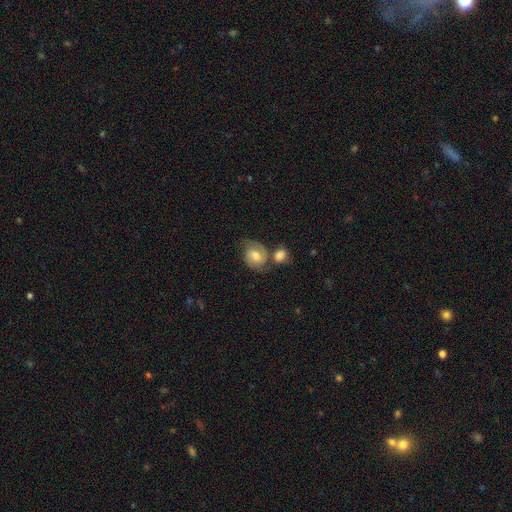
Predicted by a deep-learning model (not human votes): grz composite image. It shows a featured or disk galaxy (55%) with no bar (45%), spiral arms (88%) and a moderate central bulge (65%). Merging: none (49%).